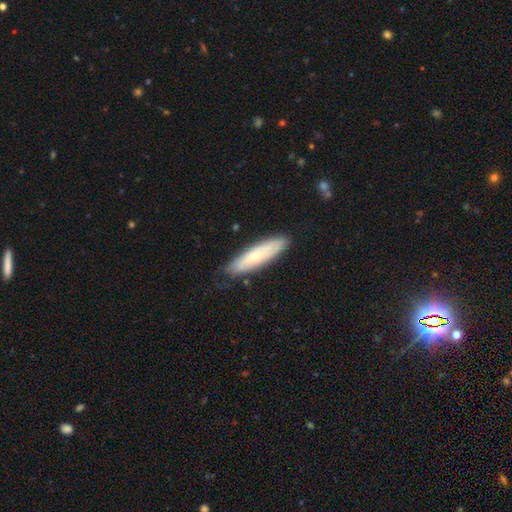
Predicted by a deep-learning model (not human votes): A smooth galaxy with no disk features (64%) that is cigar-shaped (72%).

Vote fractions:
- Smooth or featured? smooth: 64% / featured or disk: 30% / star or artifact: 6%
- How rounded? cigar-shaped: 72% / in between: 26% / round: 1%
- Merging? none: 79% / minor disturbance: 17% / major disturbance: 3% / merger: 1%